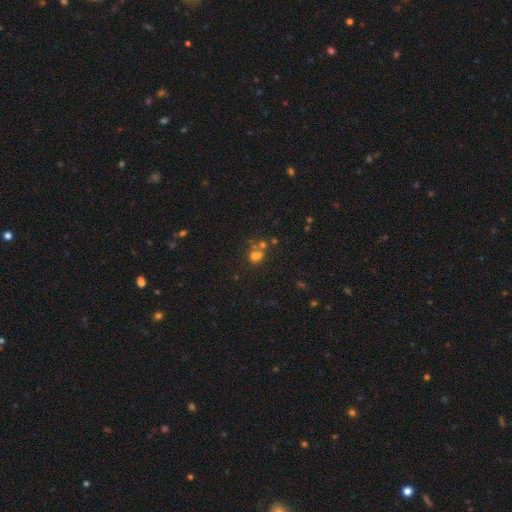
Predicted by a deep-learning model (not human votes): Smooth or featured? smooth (59%)
How rounded? round (60%)
Merging? merger (45%)